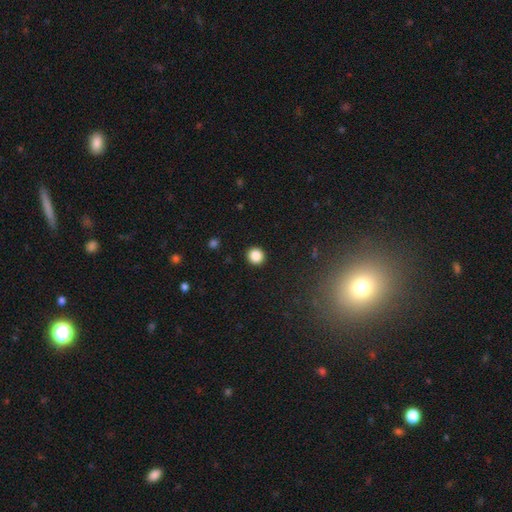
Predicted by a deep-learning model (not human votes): Q: Smooth or featured?
A: smooth (86%); runner-up: star or artifact (10%)
Q: How rounded?
A: round (91%); runner-up: in between (8%)
Q: Merging?
A: none (93%); runner-up: minor disturbance (5%)